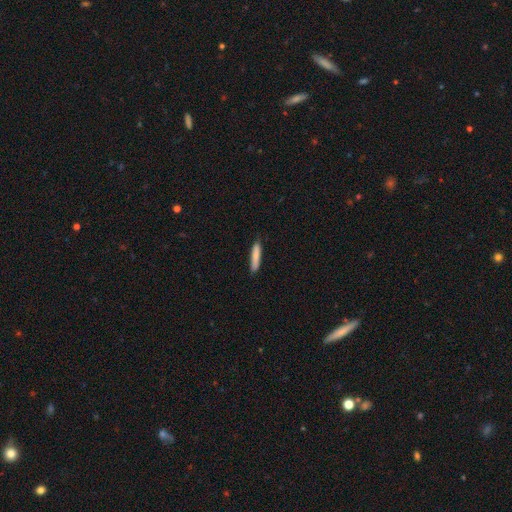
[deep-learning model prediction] smooth_or_featured: smooth (p=0.84) [alt: featured or disk p=0.11]
how_rounded: cigar-shaped (p=0.88) [alt: in between p=0.11]
merging: none (p=0.85) [alt: minor disturbance p=0.12]